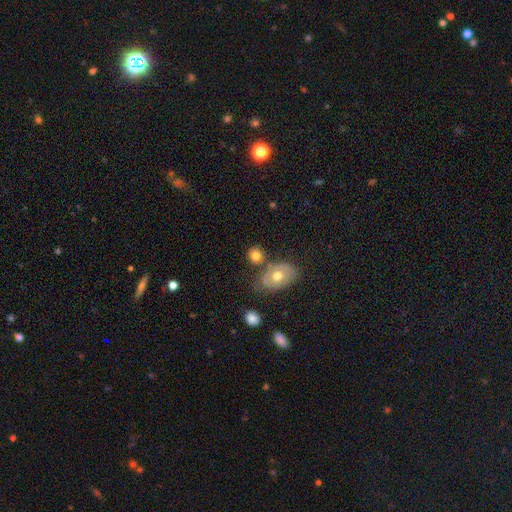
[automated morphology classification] This appears to be a smooth galaxy with no disk features (75%) that is round (70%). Merging: none (61%).